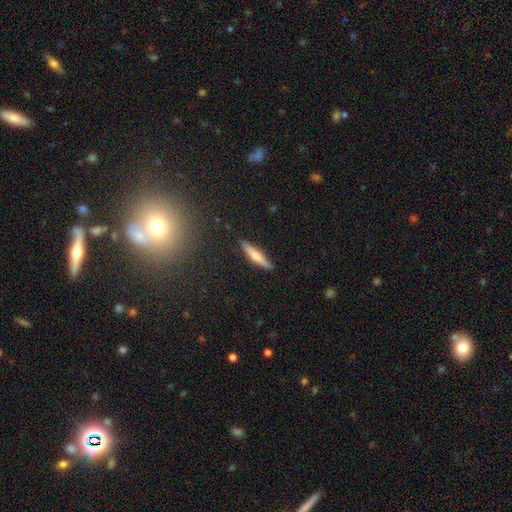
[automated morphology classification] Smooth or featured? Predicted: smooth (p=0.56). How rounded? Predicted: cigar-shaped (p=0.87). Merging? Predicted: none (p=0.86).